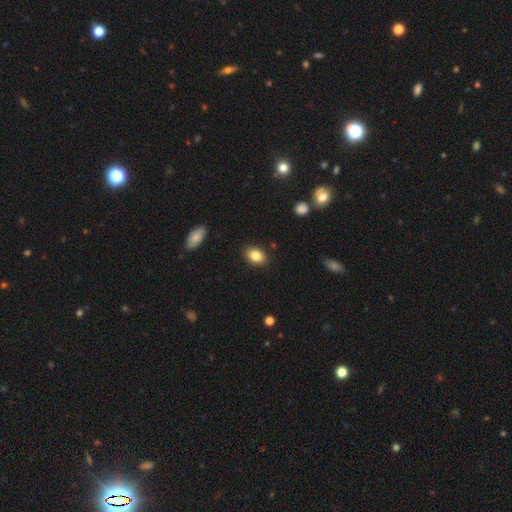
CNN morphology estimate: The model was most divided on "how rounded": in between: 76%, round: 22%, cigar-shaped: 1%. More confident: merging — none (88%); smooth or featured — smooth (83%).